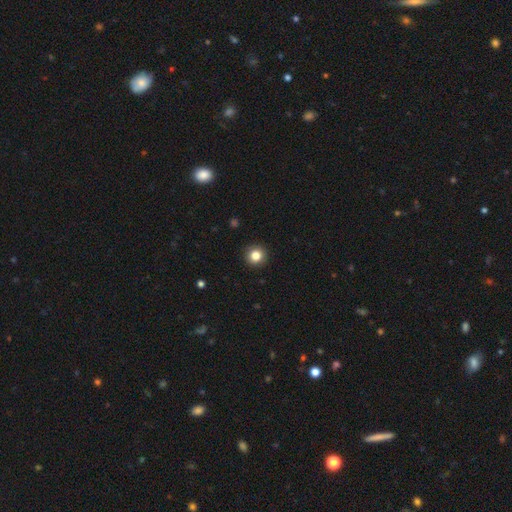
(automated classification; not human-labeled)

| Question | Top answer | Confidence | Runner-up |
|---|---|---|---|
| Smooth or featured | smooth | 83% | star or artifact (11%) |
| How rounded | round | 94% | in between (5%) |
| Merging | none | 93% | minor disturbance (5%) |